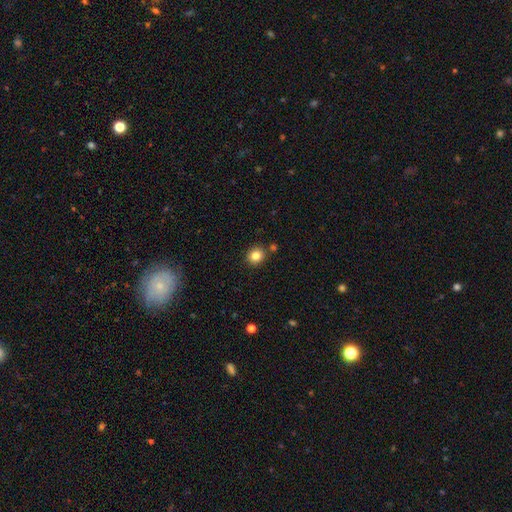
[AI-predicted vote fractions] Overall: smooth (83%). How rounded: round (81%). Merging: none (84%).